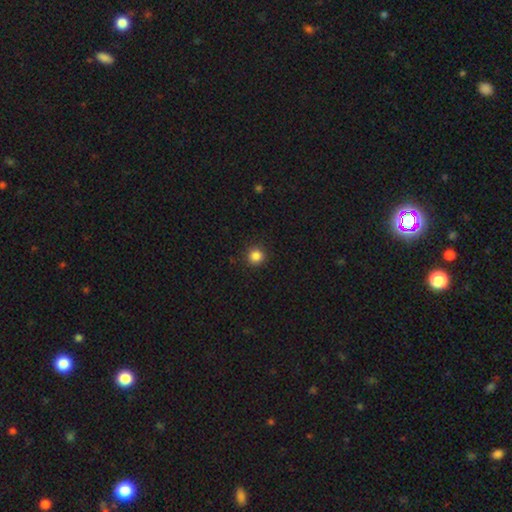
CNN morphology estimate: Q: Smooth or featured?
A: smooth (85%); runner-up: star or artifact (11%)
Q: How rounded?
A: round (94%); runner-up: in between (5%)
Q: Merging?
A: none (91%); runner-up: minor disturbance (6%)